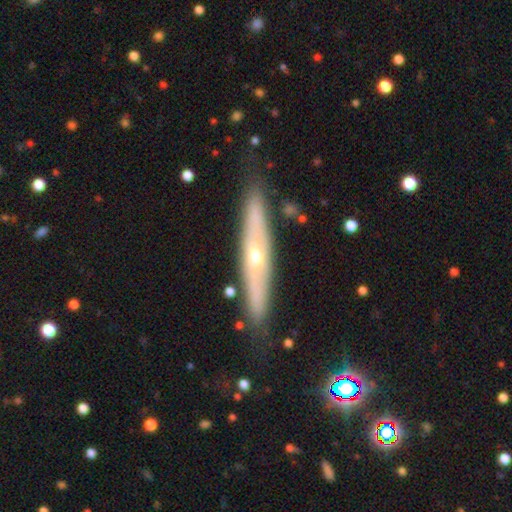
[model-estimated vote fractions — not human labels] Morphology: type=featured or disk (65%); edge-on=yes (76%); merging=none (84%).